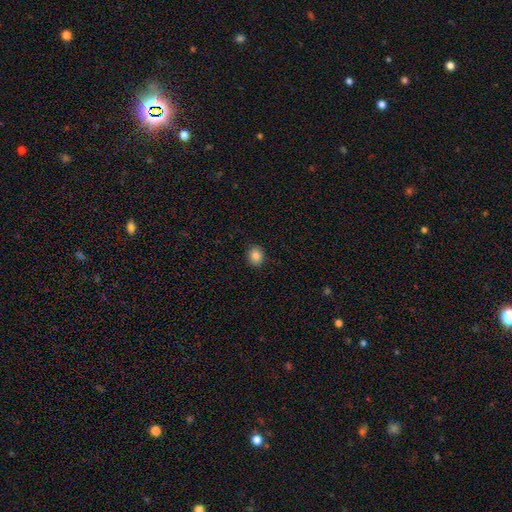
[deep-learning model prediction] Overall: smooth (86%). How rounded: round (71%). Merging: none (89%).